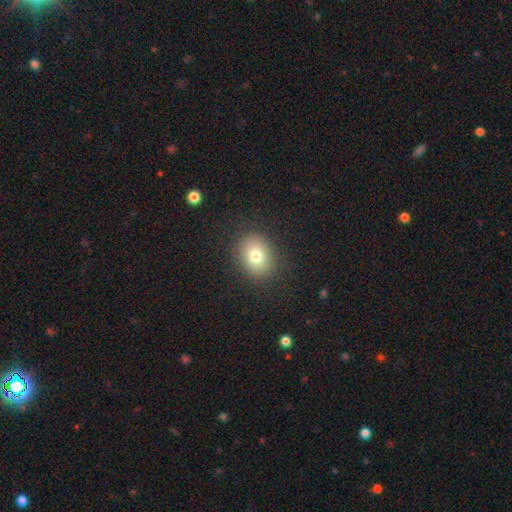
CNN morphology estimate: A smooth galaxy with no disk features (77%) that is round (53%). Merging: none (87%).